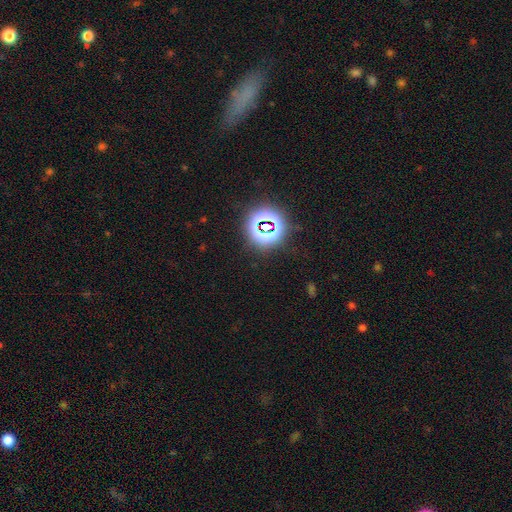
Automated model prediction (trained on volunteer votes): This is likely a star or artifact rather than a galaxy (73%).